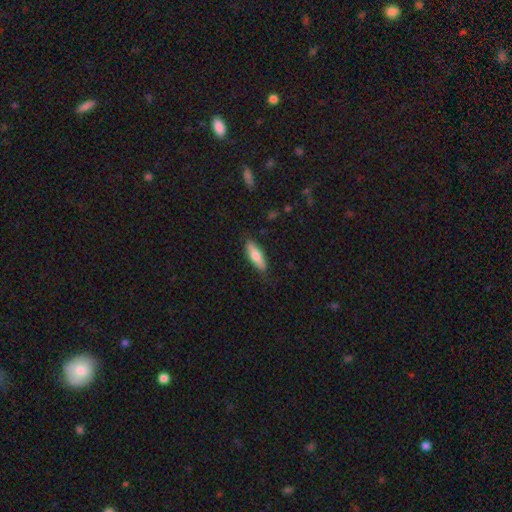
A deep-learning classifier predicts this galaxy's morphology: smooth-or-featured: smooth: 72% | featured or disk: 22% | star or artifact: 6%
  how-rounded: in between: 50% | cigar-shaped: 48% | round: 2%
  merging: none: 82% | minor disturbance: 14% | major disturbance: 3% | merger: 1%